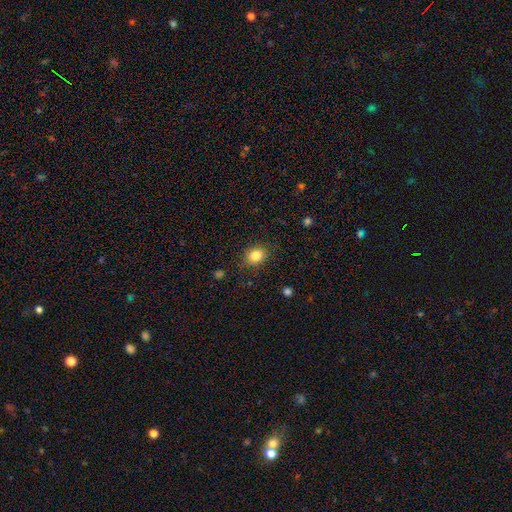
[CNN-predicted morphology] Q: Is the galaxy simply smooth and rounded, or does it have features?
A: smooth — 84%.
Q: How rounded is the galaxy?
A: round — 55%.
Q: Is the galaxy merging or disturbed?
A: none — 85%.